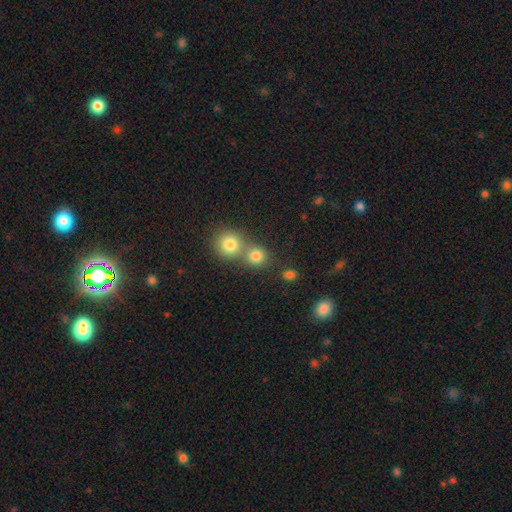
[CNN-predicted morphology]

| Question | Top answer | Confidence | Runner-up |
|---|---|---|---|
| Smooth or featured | smooth | 79% | star or artifact (14%) |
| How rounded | round | 84% | in between (15%) |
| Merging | none | 49% | merger (43%) |